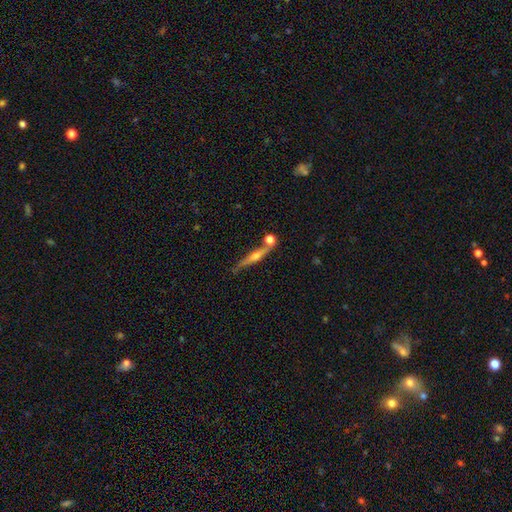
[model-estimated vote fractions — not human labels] A featured or disk galaxy (76%) viewed edge-on (96%) with a rounded central bulge (89%).

Vote fractions:
- Smooth or featured? featured or disk: 76% / smooth: 16% / star or artifact: 7%
- Edge-on disk? yes: 96% / no: 4%
- Edge-on bulge? rounded: 89% / none: 6% / boxy: 5%
- Merging? none: 73% / minor disturbance: 13% / merger: 11% / major disturbance: 4%